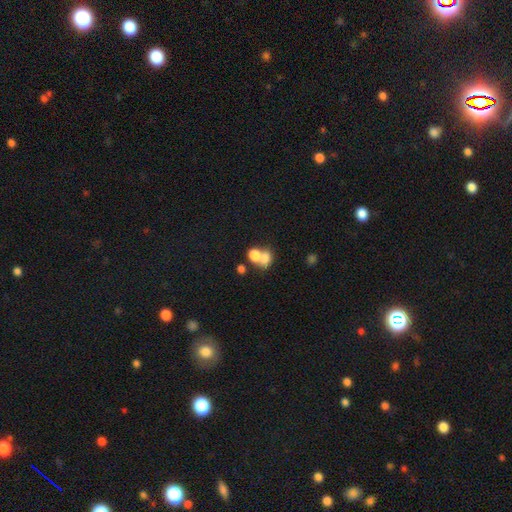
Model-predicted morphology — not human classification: smooth_or_featured: smooth (p=0.74) [alt: featured or disk p=0.15]
how_rounded: in between (p=0.58) [alt: round p=0.41]
merging: merger (p=0.64) [alt: none p=0.24]